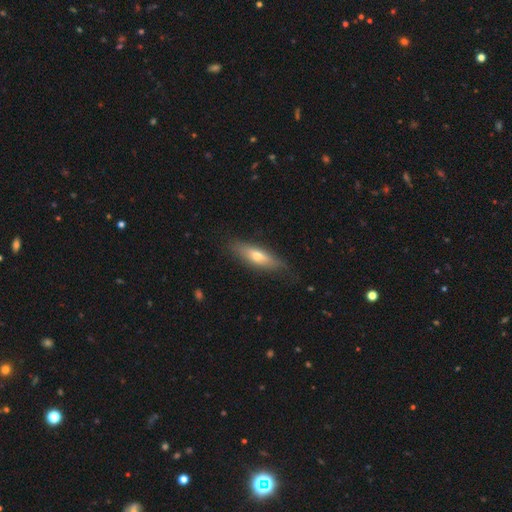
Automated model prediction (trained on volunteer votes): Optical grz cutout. It shows a smooth galaxy with no disk features (56%) that is cigar-shaped (62%). Merging: none (80%).